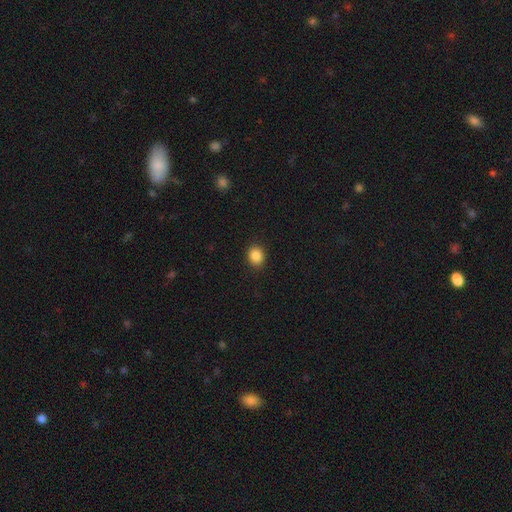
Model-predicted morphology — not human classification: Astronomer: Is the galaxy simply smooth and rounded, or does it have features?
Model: smooth — 87%.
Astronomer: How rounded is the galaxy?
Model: round — 60% (runner-up: in between, 39%).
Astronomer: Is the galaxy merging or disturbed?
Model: none — 90%.